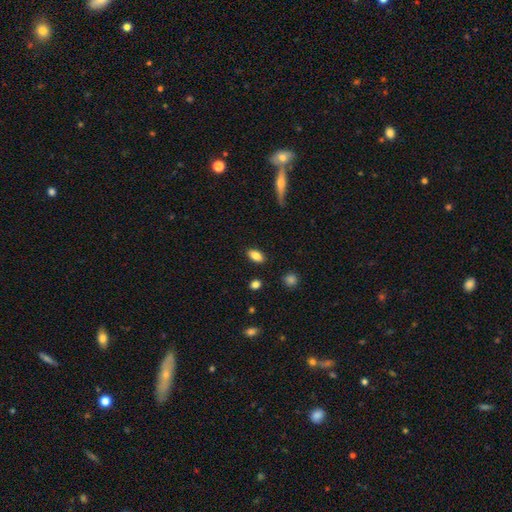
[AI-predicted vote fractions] A smooth galaxy with no disk features (83%) that is in between round and cigar-shaped (89%).

Vote fractions:
- Smooth or featured? smooth: 83% / featured or disk: 9% / star or artifact: 8%
- How rounded? in between: 89% / round: 5% / cigar-shaped: 5%
- Merging? none: 87% / minor disturbance: 9% / major disturbance: 2% / merger: 2%